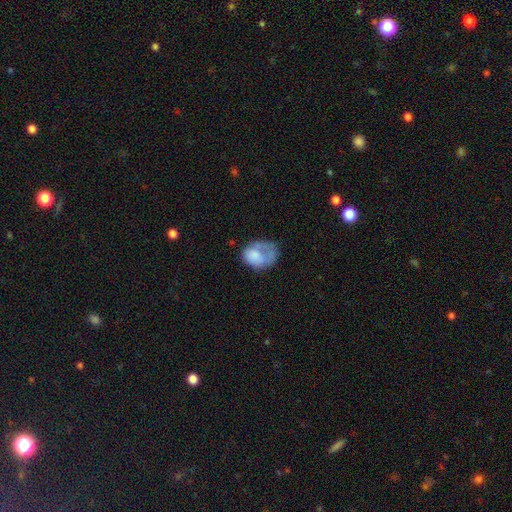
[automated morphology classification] The model was most divided on "merging": major disturbance: 38%, none: 30%, minor disturbance: 26%, merger: 7%. More confident: how rounded — in between (63%); smooth or featured — smooth (63%).